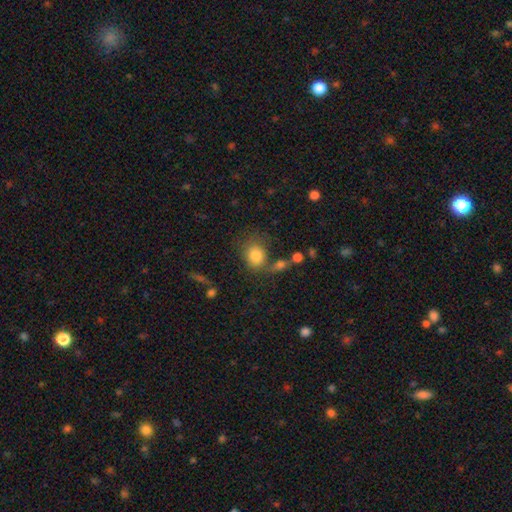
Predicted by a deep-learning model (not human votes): smooth_or_featured: smooth (p=0.82) [alt: star or artifact p=0.10]
how_rounded: round (p=0.60) [alt: in between p=0.39]
merging: none (p=0.56) [alt: minor disturbance p=0.19]